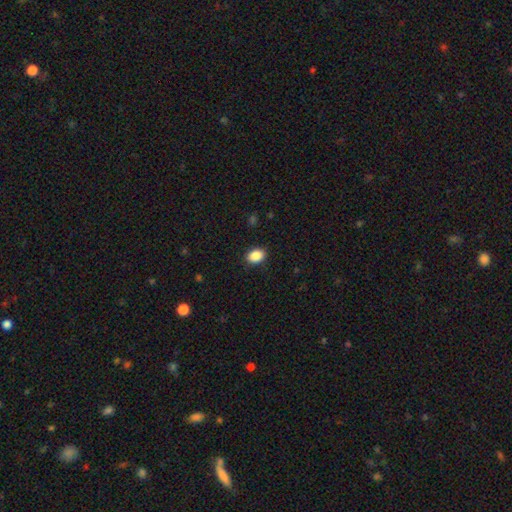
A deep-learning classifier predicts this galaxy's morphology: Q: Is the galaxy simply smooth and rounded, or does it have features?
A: smooth — 89%.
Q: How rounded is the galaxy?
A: in between — 76%.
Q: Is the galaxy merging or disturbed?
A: none — 90%.